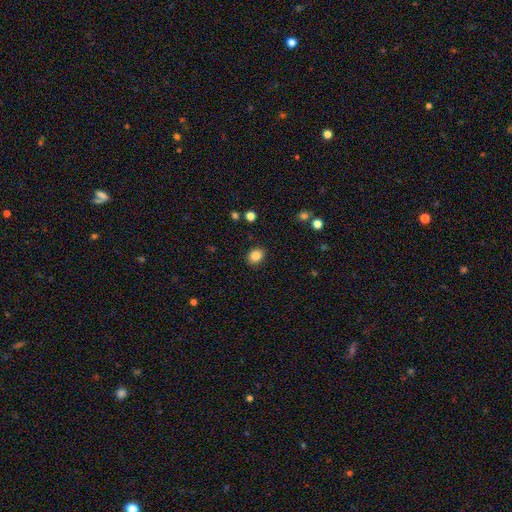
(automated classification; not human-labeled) Q: Smooth or featured?
A: smooth (85%); runner-up: star or artifact (10%)
Q: How rounded?
A: round (50%); runner-up: in between (49%)
Q: Merging?
A: none (88%); runner-up: minor disturbance (8%)